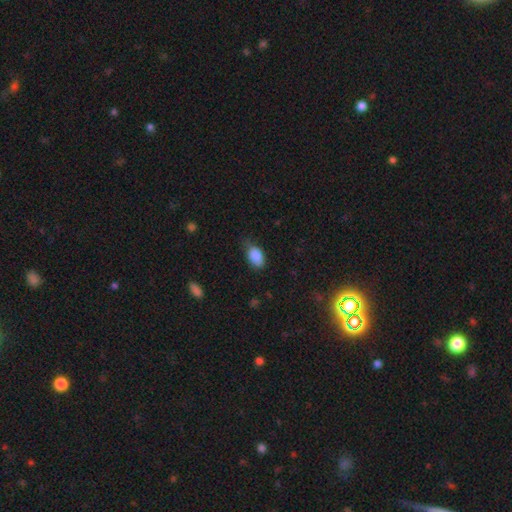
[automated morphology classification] A smooth galaxy with no disk features (87%) that is in between round and cigar-shaped (89%). Merging: none (61%).